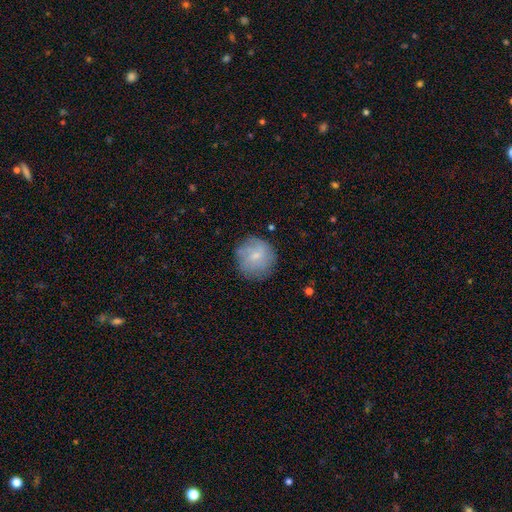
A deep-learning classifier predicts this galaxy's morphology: Overall: smooth (63%; featured or disk 28%). How rounded: round (93%). Merging: none (79%).